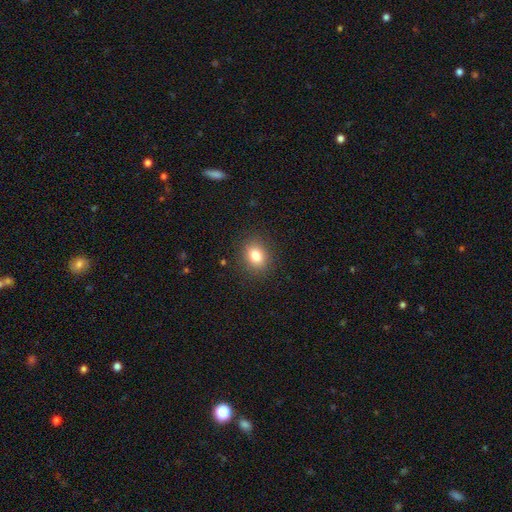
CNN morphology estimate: Smooth or featured? Predicted: smooth (p=0.81). How rounded? Predicted: round (p=0.50). Merging? Predicted: none (p=0.88).